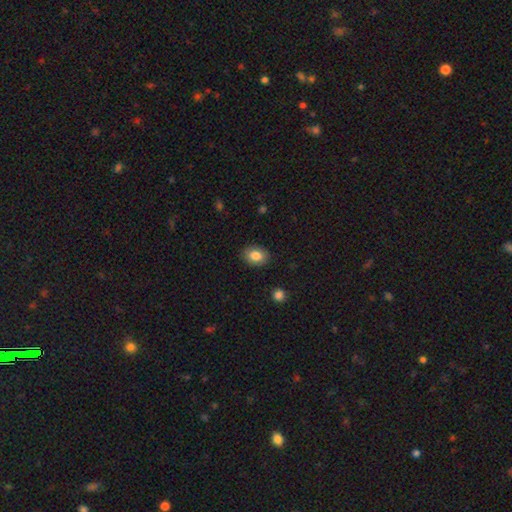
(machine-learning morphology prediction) type=smooth (84%); roundness=in between (74%); merging=none (87%).